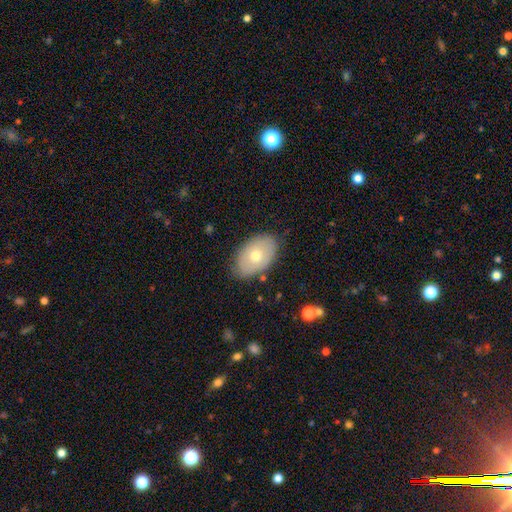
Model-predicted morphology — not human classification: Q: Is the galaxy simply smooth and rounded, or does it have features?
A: smooth — 62%.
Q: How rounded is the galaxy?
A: in between — 89%.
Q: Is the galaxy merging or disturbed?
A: none — 81%.